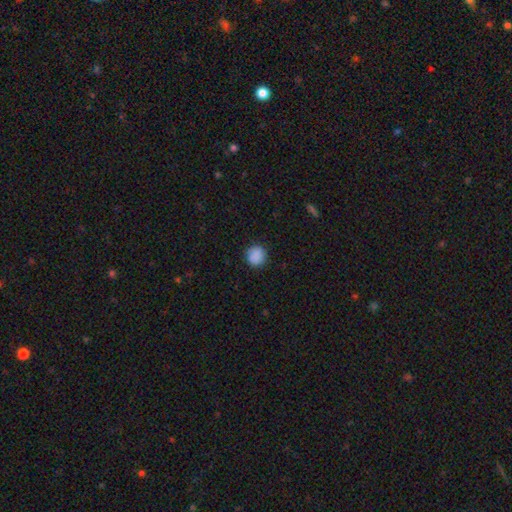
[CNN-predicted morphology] Overall: smooth (89%). How rounded: round (88%). Merging: none (88%).